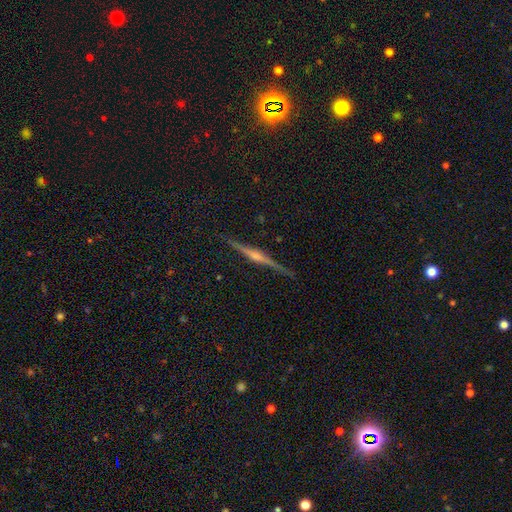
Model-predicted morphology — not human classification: A featured or disk galaxy (85%) viewed edge-on (98%) with a rounded central bulge (79%). Merging: none (90%).